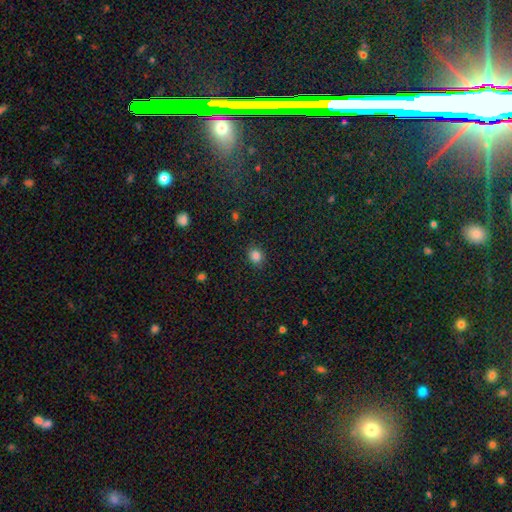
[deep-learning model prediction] smooth 84%, star or artifact 12%, featured or disk 4%. Down the decision tree: how rounded — round (72%); merging — none (88%).